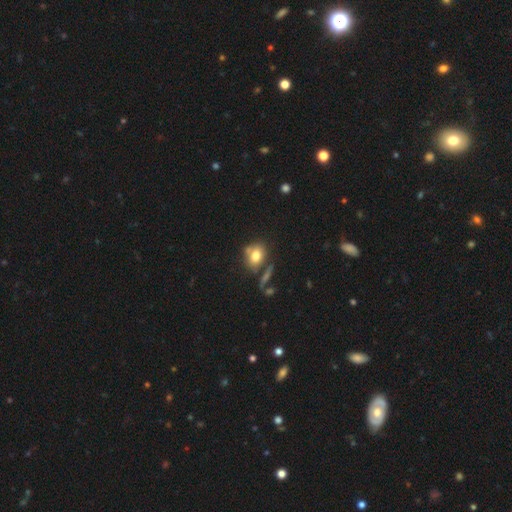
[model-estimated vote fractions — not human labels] A smooth galaxy with no disk features (76%) that is round (53%). Merging: none (57%).